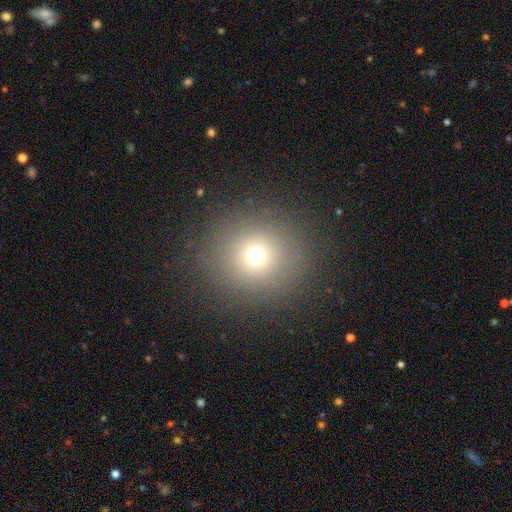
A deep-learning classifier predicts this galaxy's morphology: Smooth or featured?
  - smooth: 69% *
  - star or artifact: 22%
  - featured or disk: 10%
How rounded?
  - round: 90% *
  - in between: 9%
  - cigar-shaped: 1%
Merging?
  - none: 87% *
  - minor disturbance: 7%
  - major disturbance: 5%
  - merger: 1%